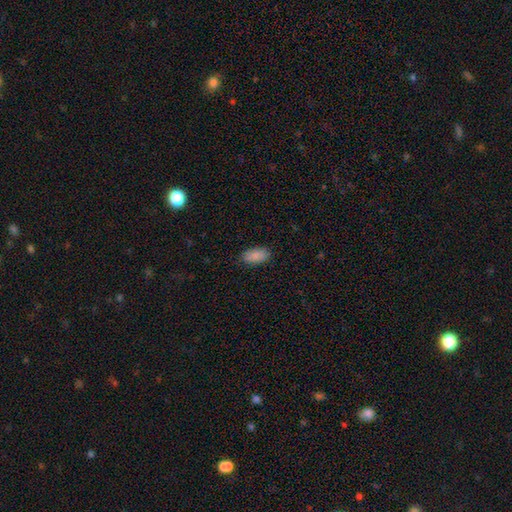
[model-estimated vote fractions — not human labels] Overall: smooth (88%). How rounded: in between (93%). Merging: none (86%).